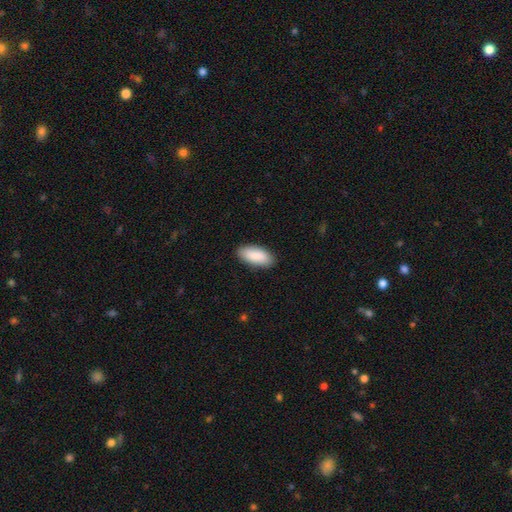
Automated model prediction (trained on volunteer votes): smooth-or-featured: smooth: 90% | star or artifact: 5% | featured or disk: 5%
  how-rounded: in between: 89% | cigar-shaped: 10% | round: 2%
  merging: none: 88% | minor disturbance: 9% | major disturbance: 2% | merger: 1%